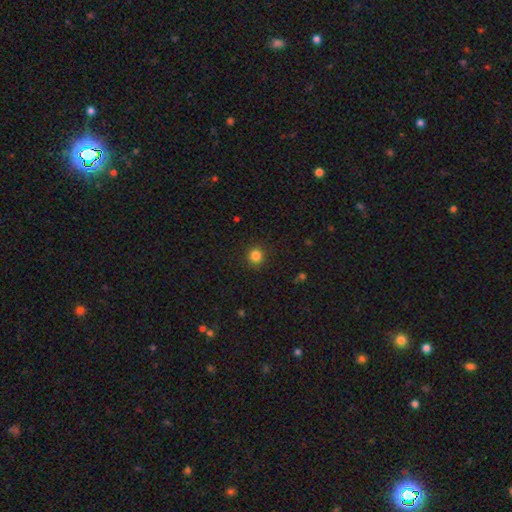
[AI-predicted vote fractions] Morphology: type=smooth (84%); roundness=round (90%); merging=none (90%).